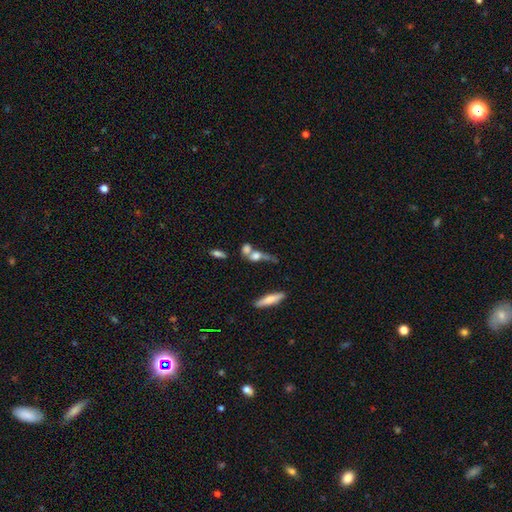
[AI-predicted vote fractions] Q: Smooth or featured?
A: smooth (56%); runner-up: featured or disk (32%)
Q: How rounded?
A: in between (46%); runner-up: cigar-shaped (29%)
Q: Merging?
A: merger (46%); runner-up: none (31%)